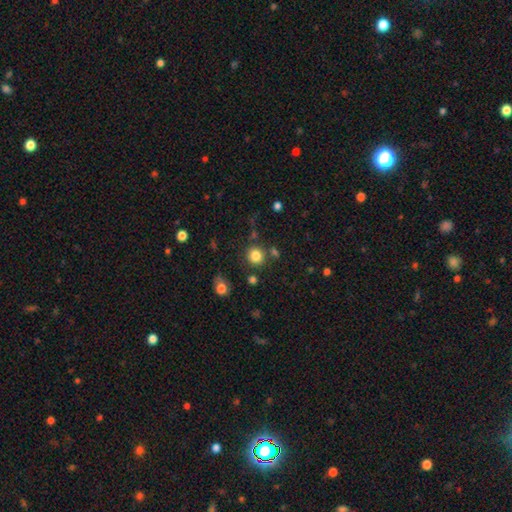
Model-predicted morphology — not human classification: smooth-or-featured: smooth: 83% | star or artifact: 12% | featured or disk: 5%
  how-rounded: round: 91% | in between: 8% | cigar-shaped: 1%
  merging: none: 82% | minor disturbance: 8% | merger: 7% | major disturbance: 3%